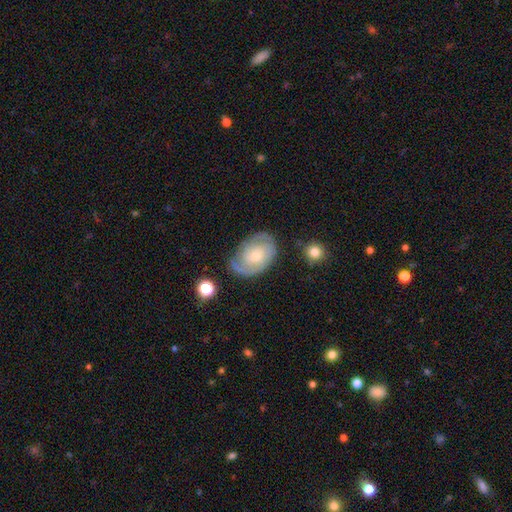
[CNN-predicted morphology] Overall: featured or disk (69%). Edge-on disk: no (97%). Bar: no (73%). Spiral arms: yes (88%). Spiral arm count: 2 (50%; can't tell 26%). Spiral winding: tight (52%; medium 35%). Bulge size: small (58%; moderate 35%). Merging: none (64%).